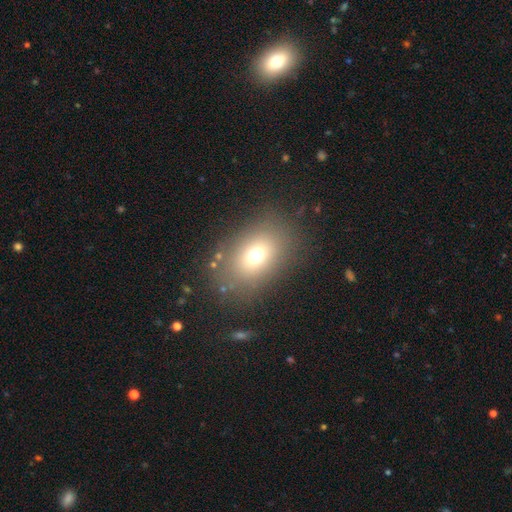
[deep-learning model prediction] This is likely a smooth galaxy (70%). How rounded: likely in between (68%). Merging: clearly none (81%).